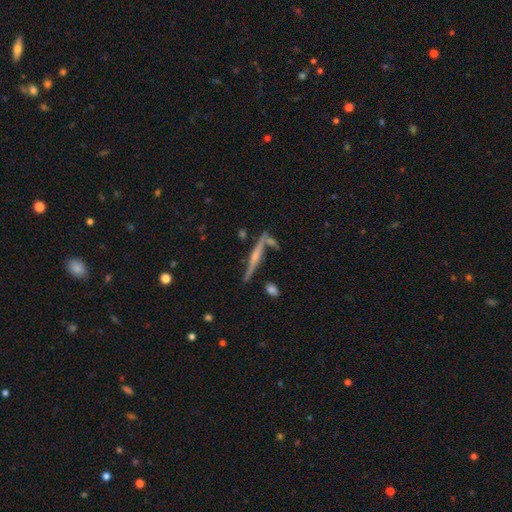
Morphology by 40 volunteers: Smooth or featured?
  - featured or disk: 82% *
  - smooth: 12%
  - star or artifact: 5%
Edge-on disk?
  - yes: 97% *
  - no: 3%
Edge-on bulge?
  - rounded: 69% *
  - boxy: 22%
  - none: 9%
Merging?
  - none: 84% *
  - merger: 11%
  - minor disturbance: 5%
  - major disturbance: 0%